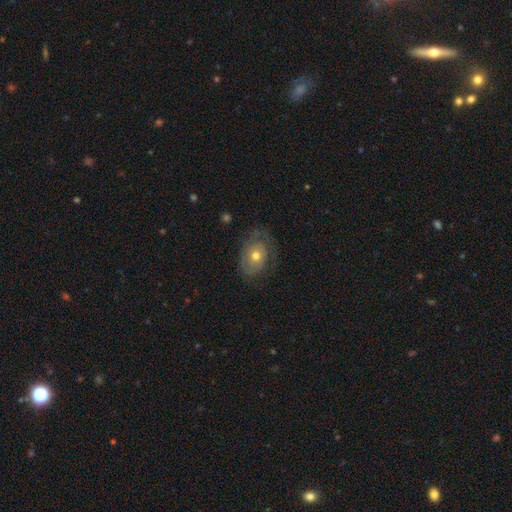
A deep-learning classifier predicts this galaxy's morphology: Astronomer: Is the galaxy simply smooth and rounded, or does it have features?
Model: featured or disk — 59%.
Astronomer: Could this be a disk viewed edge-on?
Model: no — 95%.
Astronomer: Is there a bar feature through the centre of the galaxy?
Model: no — 86%.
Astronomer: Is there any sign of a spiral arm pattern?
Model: yes — 64%.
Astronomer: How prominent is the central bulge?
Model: moderate — 70%.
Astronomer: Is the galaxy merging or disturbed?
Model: none — 62%.